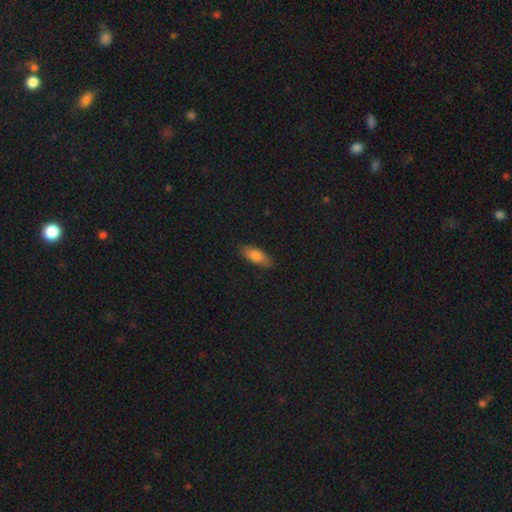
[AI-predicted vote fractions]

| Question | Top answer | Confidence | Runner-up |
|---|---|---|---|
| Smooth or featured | smooth | 77% | featured or disk (16%) |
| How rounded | in between | 73% | cigar-shaped (24%) |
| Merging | none | 84% | minor disturbance (12%) |